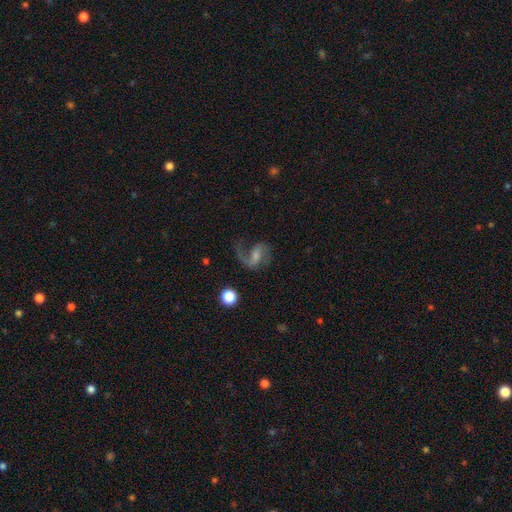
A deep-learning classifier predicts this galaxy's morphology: type=featured or disk (78%); edge-on=no (97%); bar=weak (49%); spiral arms=yes (94%); winding=loose (62%); arm count=2 (57%); bulge=small (39%); merging=none (52%).